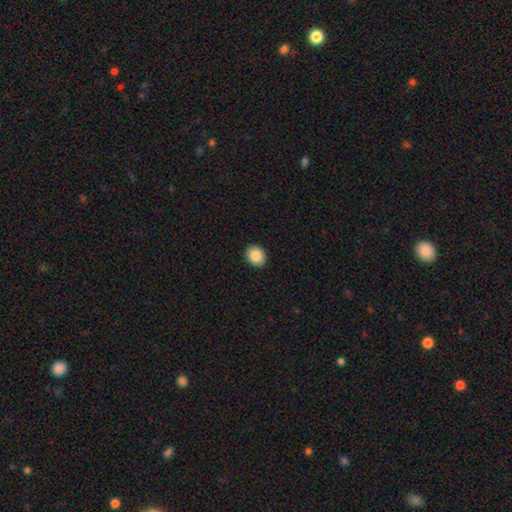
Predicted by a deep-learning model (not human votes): Overall: smooth (88%). How rounded: in between (51%; round 48%). Merging: none (91%).